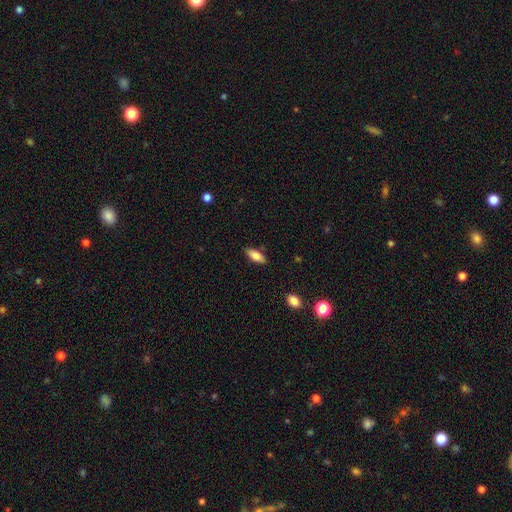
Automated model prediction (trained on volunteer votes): A smooth galaxy with no disk features (82%) that is in between round and cigar-shaped (77%).

Vote fractions:
- Smooth or featured? smooth: 82% / featured or disk: 11% / star or artifact: 7%
- How rounded? in between: 77% / cigar-shaped: 21% / round: 2%
- Merging? none: 85% / minor disturbance: 11% / major disturbance: 2% / merger: 2%